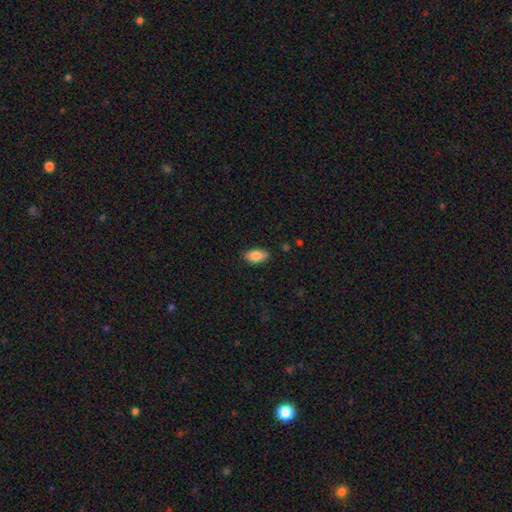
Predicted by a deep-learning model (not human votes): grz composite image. It shows a smooth galaxy with no disk features (83%) that is in between round and cigar-shaped (90%). Merging: none (84%).